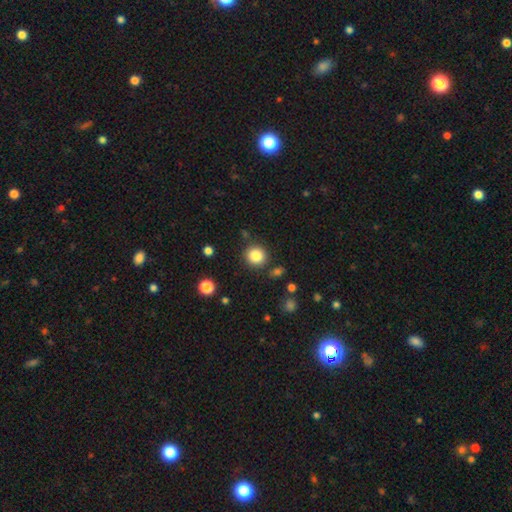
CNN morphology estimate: smooth 85%, star or artifact 10%, featured or disk 5%. Down the decision tree: how rounded — round (90%); merging — none (85%).